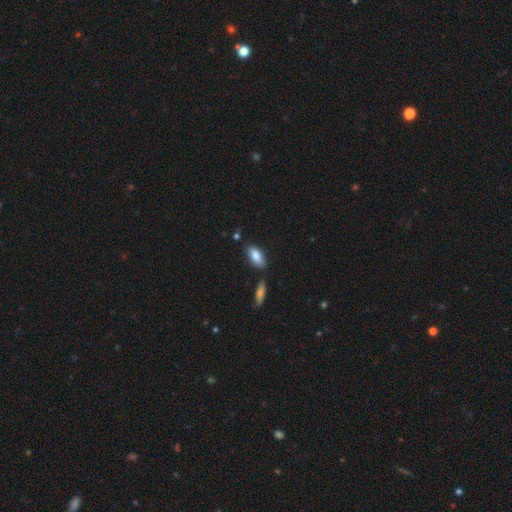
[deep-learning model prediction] Smooth or featured?
  - smooth: 84% *
  - featured or disk: 10%
  - star or artifact: 6%
How rounded?
  - in between: 85% *
  - cigar-shaped: 13%
  - round: 3%
Merging?
  - none: 75% *
  - minor disturbance: 15%
  - merger: 7%
  - major disturbance: 3%